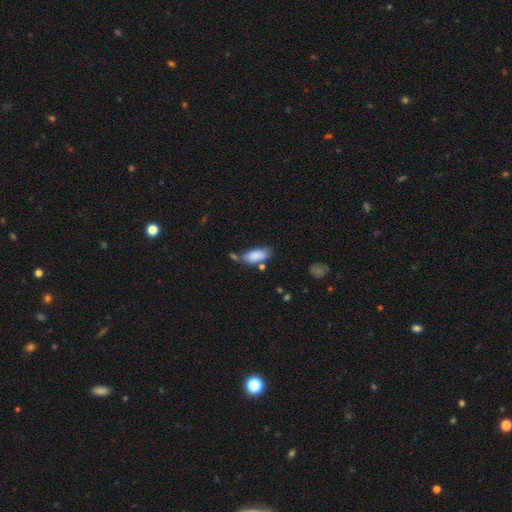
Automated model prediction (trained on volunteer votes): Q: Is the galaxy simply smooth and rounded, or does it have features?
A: smooth — 85%.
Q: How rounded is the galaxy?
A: in between — 86%.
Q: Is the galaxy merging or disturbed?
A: none — 53%.